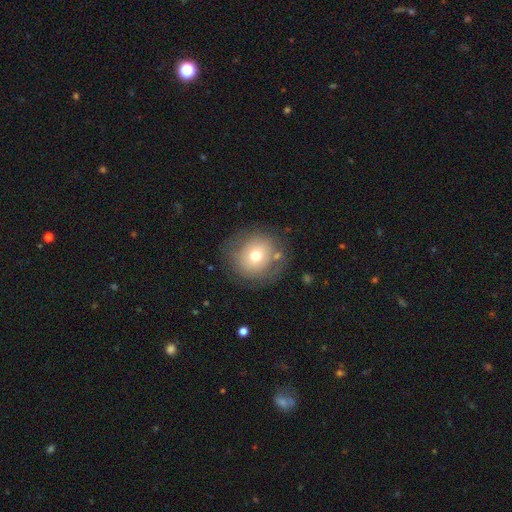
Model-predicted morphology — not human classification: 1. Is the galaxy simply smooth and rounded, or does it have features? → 65% smooth, 24% featured or disk, 11% star or artifact.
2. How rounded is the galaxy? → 87% round, 12% in between, 1% cigar-shaped.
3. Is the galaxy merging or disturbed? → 74% none, 15% minor disturbance, 7% major disturbance, 4% merger.